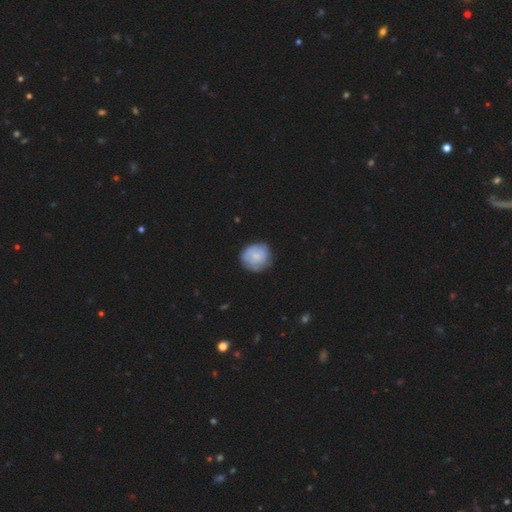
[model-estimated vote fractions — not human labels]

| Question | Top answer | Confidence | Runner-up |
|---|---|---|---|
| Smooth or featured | smooth | 65% | featured or disk (28%) |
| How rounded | round | 83% | in between (16%) |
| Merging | none | 72% | minor disturbance (20%) |